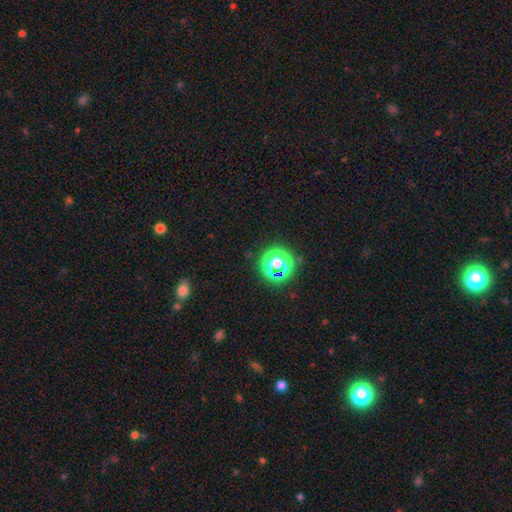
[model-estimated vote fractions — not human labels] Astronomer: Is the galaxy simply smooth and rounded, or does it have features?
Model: star or artifact — 68%.